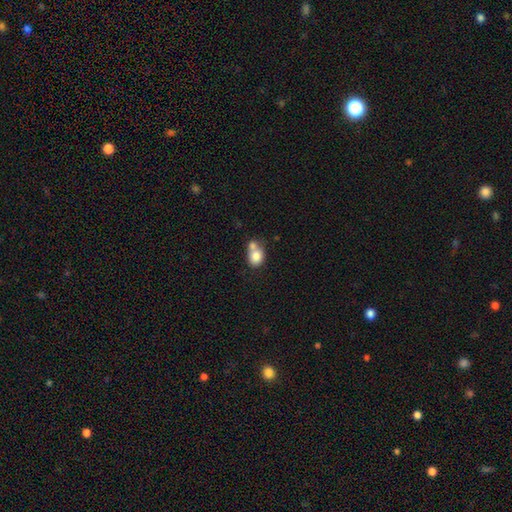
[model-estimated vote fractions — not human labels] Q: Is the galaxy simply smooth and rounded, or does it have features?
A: smooth — 79%.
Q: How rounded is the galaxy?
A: round — 53%.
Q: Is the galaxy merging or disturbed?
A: merger — 57%.